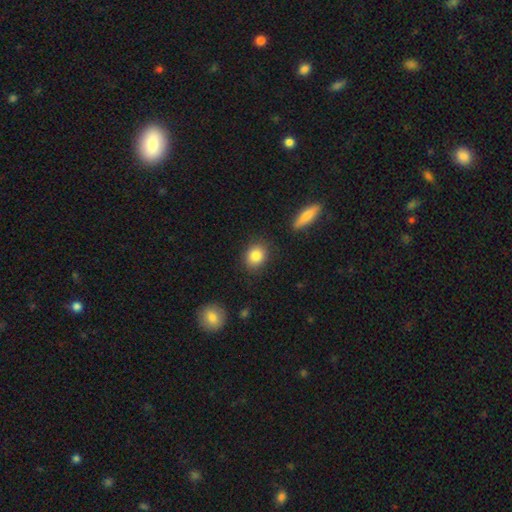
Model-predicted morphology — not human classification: A smooth galaxy with no disk features (85%) that is round (58%).

Vote fractions:
- Smooth or featured? smooth: 85% / star or artifact: 9% / featured or disk: 6%
- How rounded? round: 58% / in between: 41% / cigar-shaped: 2%
- Merging? none: 86% / minor disturbance: 9% / major disturbance: 2% / merger: 2%